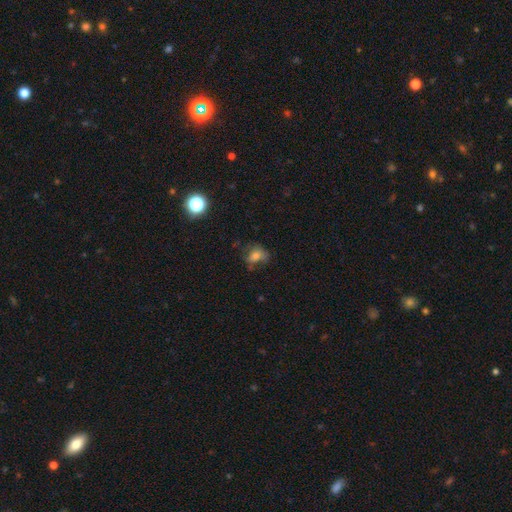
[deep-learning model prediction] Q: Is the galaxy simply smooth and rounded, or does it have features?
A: smooth — 65%.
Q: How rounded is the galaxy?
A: in between — 58%.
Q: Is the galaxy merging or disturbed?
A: none — 48%.